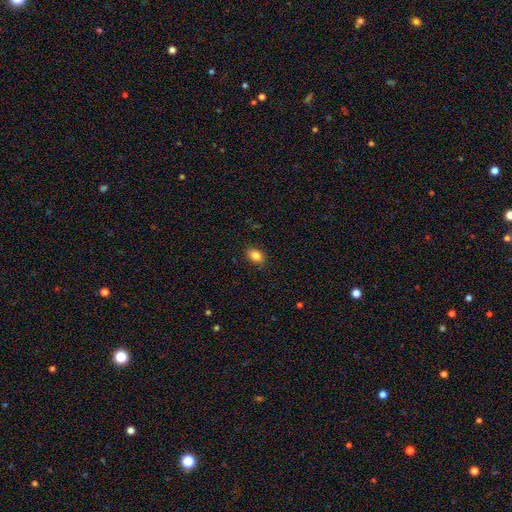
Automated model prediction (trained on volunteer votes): Q: Smooth or featured?
A: smooth (84%); runner-up: star or artifact (10%)
Q: How rounded?
A: in between (75%); runner-up: round (23%)
Q: Merging?
A: none (85%); runner-up: minor disturbance (11%)